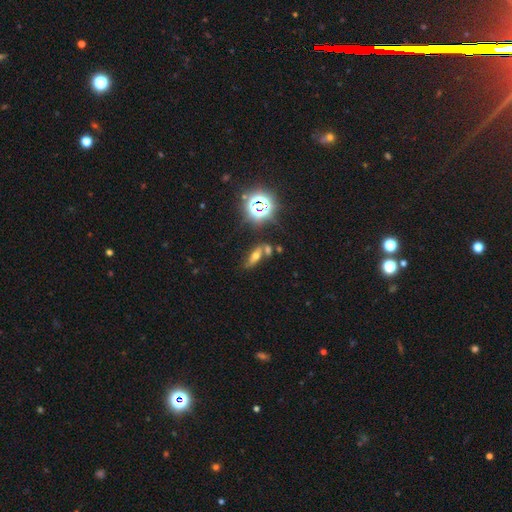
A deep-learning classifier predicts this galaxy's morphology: smooth-or-featured: smooth: 39% | featured or disk: 34% | star or artifact: 27%
  merging: none: 54% | merger: 25% | minor disturbance: 14% | major disturbance: 7%